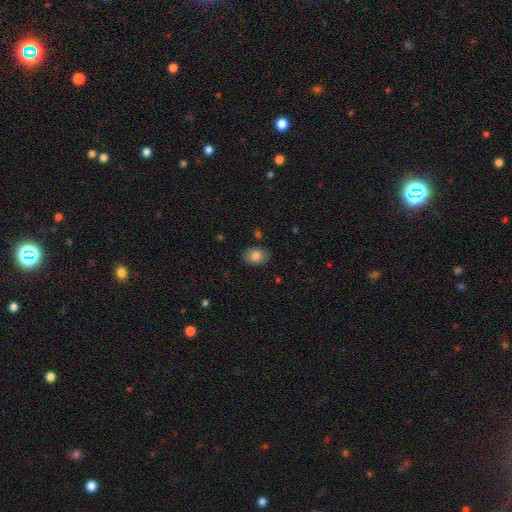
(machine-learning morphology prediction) Smooth or featured: smooth — 83% (featured or disk — 9%)
How rounded: in between — 76% (round — 23%)
Merging: none — 83% (minor disturbance — 12%)